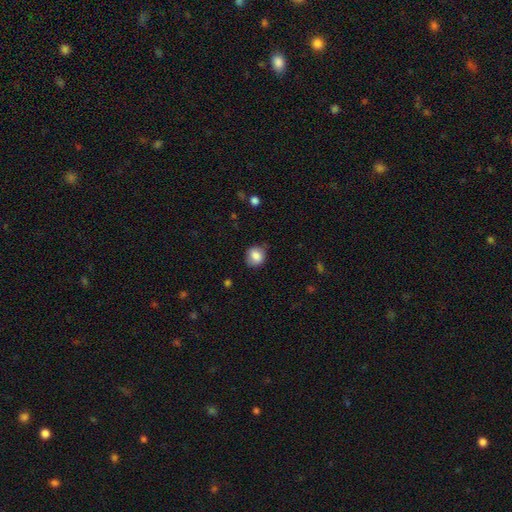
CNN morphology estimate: Smooth or featured: smooth — 82% (featured or disk — 9%)
How rounded: round — 73% (in between — 26%)
Merging: none — 76% (minor disturbance — 18%)